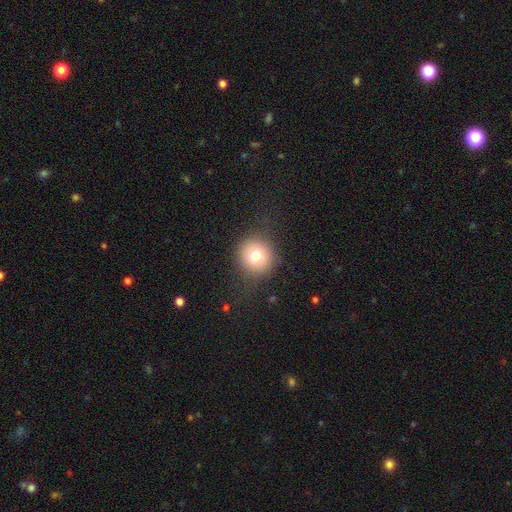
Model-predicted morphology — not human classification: Smooth or featured?
  - smooth: 75% *
  - star or artifact: 13%
  - featured or disk: 13%
How rounded?
  - round: 93% *
  - in between: 6%
  - cigar-shaped: 1%
Merging?
  - none: 85% *
  - minor disturbance: 9%
  - major disturbance: 5%
  - merger: 1%